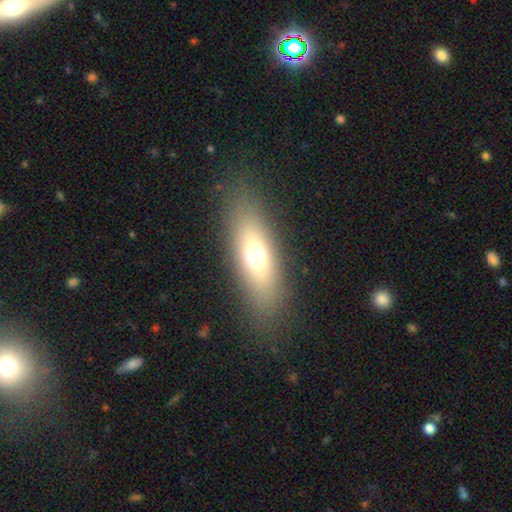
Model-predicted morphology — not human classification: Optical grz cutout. It shows a smooth galaxy with no disk features (65%) that is in between round and cigar-shaped (63%). Merging: none (85%).